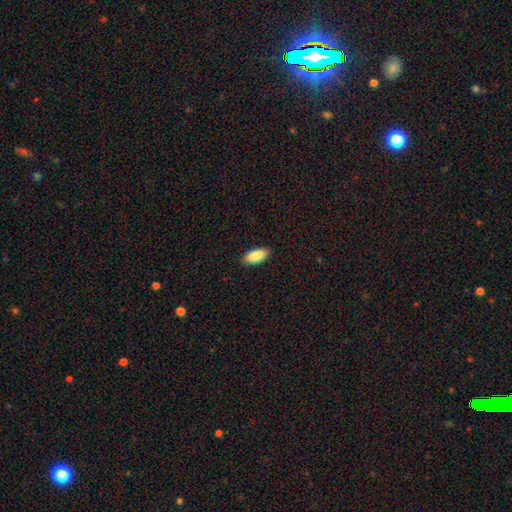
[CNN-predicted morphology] The model was most divided on "merging": none: 88%, minor disturbance: 10%, major disturbance: 2%, merger: 1%. More confident: how rounded — in between (90%); smooth or featured — smooth (90%).